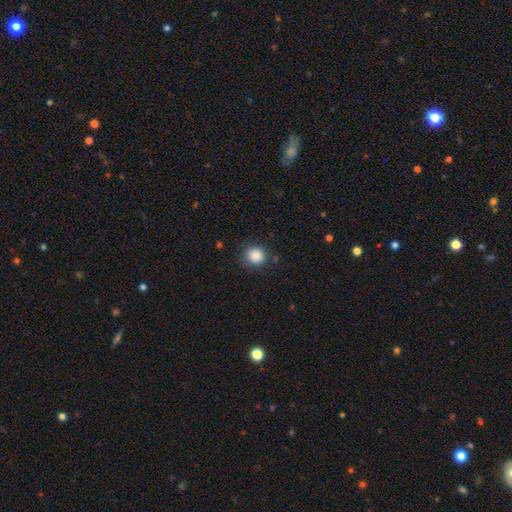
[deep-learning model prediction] This is clearly a smooth galaxy (87%). How rounded: clearly round (87%). Merging: clearly none (83%).